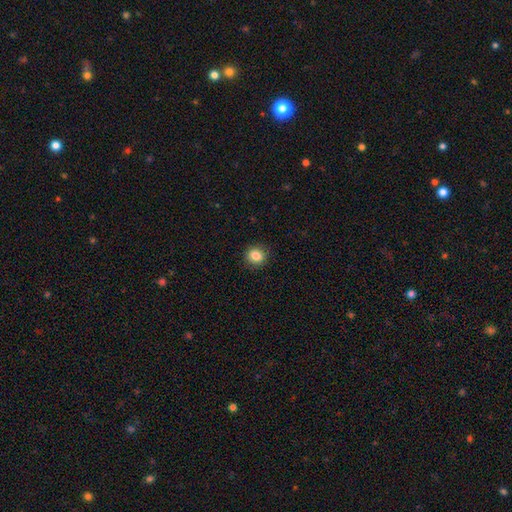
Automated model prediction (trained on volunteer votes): Morphology: type=smooth (85%); roundness=round (81%); merging=none (90%).